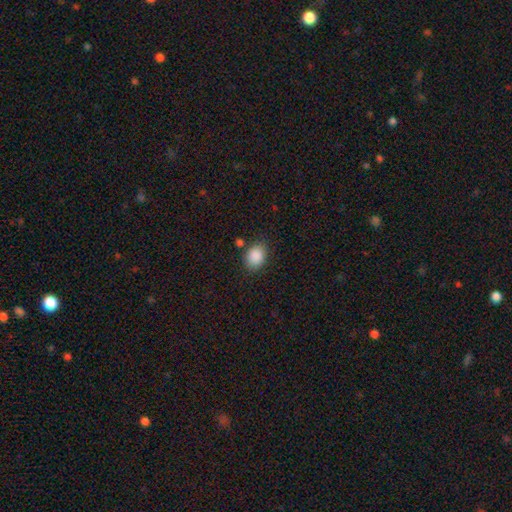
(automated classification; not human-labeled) Smooth or featured? smooth (88%)
How rounded? in between (59%)
Merging? none (77%)